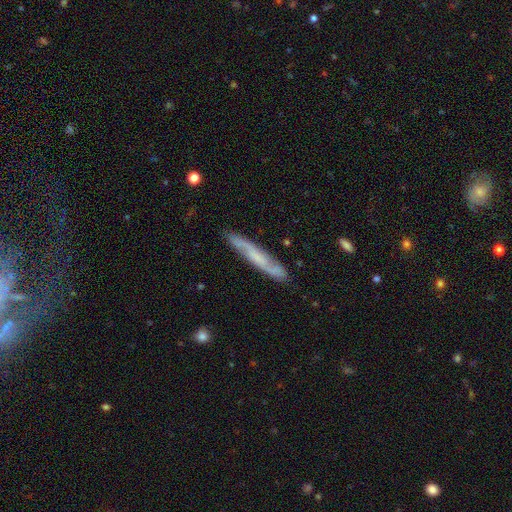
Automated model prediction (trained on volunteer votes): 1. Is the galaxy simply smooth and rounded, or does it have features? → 67% featured or disk, 27% smooth, 6% star or artifact.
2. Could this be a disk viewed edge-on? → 50% no (tied), 50% yes (tied).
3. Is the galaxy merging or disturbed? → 82% none, 14% minor disturbance, 2% major disturbance, 2% merger.